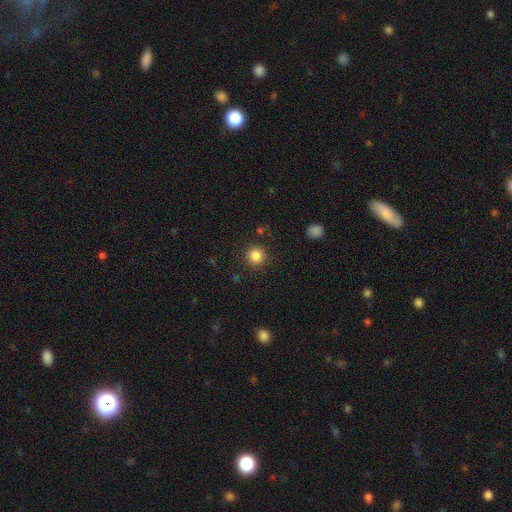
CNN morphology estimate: Overall: smooth (84%). How rounded: round (94%). Merging: none (90%).